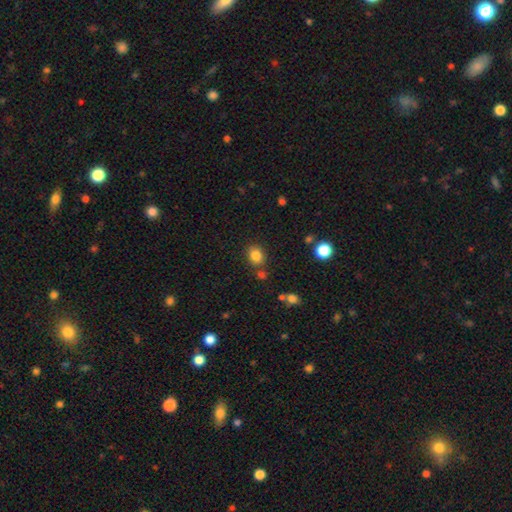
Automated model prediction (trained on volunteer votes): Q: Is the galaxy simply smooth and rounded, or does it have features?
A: smooth — 83%.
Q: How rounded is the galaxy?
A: round — 51%.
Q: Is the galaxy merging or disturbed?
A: none — 78%.